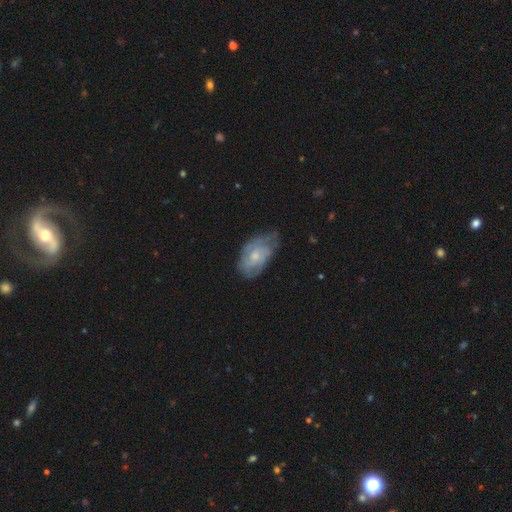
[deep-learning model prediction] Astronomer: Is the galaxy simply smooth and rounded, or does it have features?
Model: featured or disk — 64%.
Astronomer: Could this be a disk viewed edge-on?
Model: no — 95%.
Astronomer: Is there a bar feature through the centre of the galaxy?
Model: no — 72%.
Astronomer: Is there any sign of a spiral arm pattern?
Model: yes — 80%.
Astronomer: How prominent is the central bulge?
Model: moderate — 46% (runner-up: small, 44%).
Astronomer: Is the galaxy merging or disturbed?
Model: none — 53% (runner-up: minor disturbance, 33%).